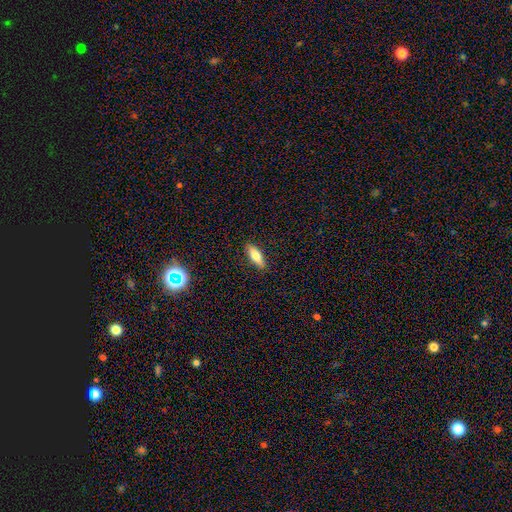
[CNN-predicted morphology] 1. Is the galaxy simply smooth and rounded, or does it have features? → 76% smooth, 17% featured or disk, 7% star or artifact.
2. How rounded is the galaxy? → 56% in between, 42% cigar-shaped, 2% round.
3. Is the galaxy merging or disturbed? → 88% none, 9% minor disturbance, 2% major disturbance, 1% merger.